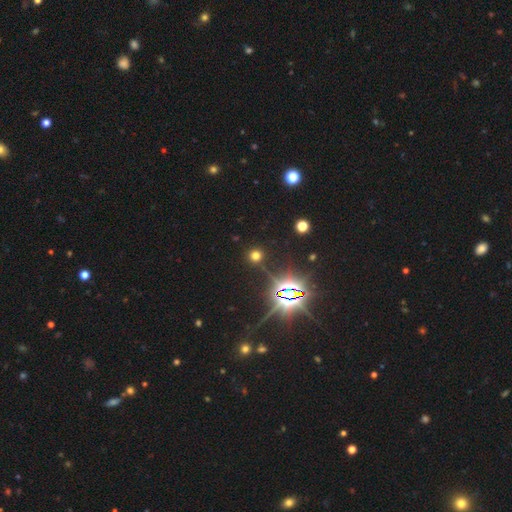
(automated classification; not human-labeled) Smooth or featured?
  - smooth: 53% *
  - star or artifact: 39%
  - featured or disk: 8%
How rounded?
  - round: 92% *
  - in between: 6%
  - cigar-shaped: 2%
Merging?
  - none: 85% *
  - minor disturbance: 7%
  - merger: 4%
  - major disturbance: 3%